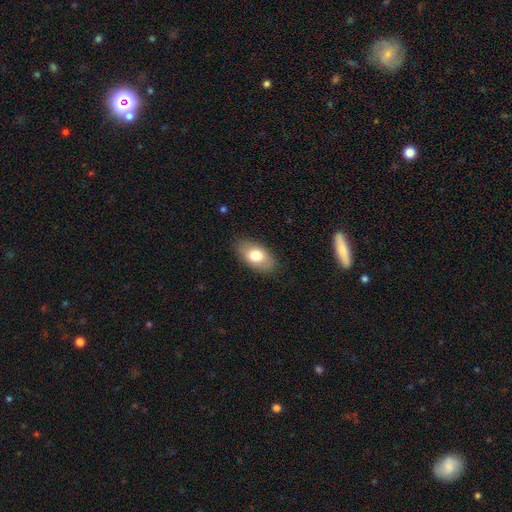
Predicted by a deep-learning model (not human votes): This is likely a smooth galaxy (75%). How rounded: clearly in between (92%). Merging: clearly none (85%).